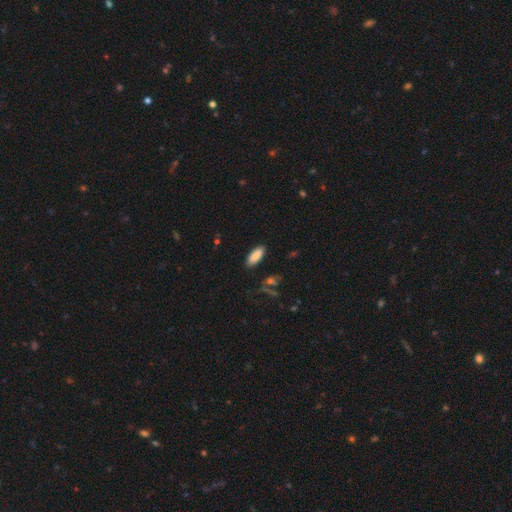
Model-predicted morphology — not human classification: Smooth or featured?
  - smooth: 86% *
  - star or artifact: 8%
  - featured or disk: 6%
How rounded?
  - in between: 81% *
  - cigar-shaped: 17%
  - round: 2%
Merging?
  - none: 87% *
  - minor disturbance: 9%
  - major disturbance: 2%
  - merger: 2%